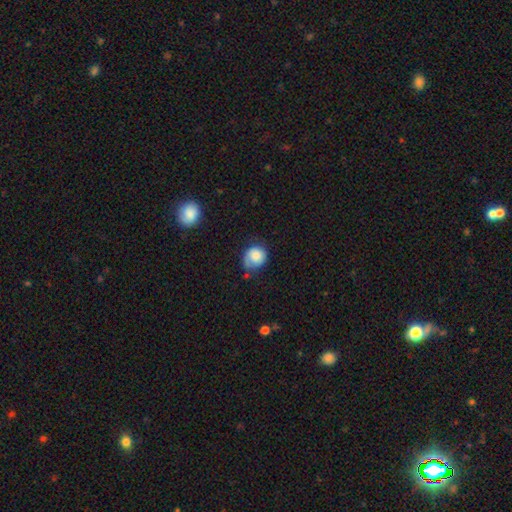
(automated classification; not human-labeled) smooth_or_featured: smooth (p=0.64) [alt: featured or disk p=0.28]
how_rounded: round (p=0.68) [alt: in between p=0.31]
merging: none (p=0.48) [alt: minor disturbance p=0.33]